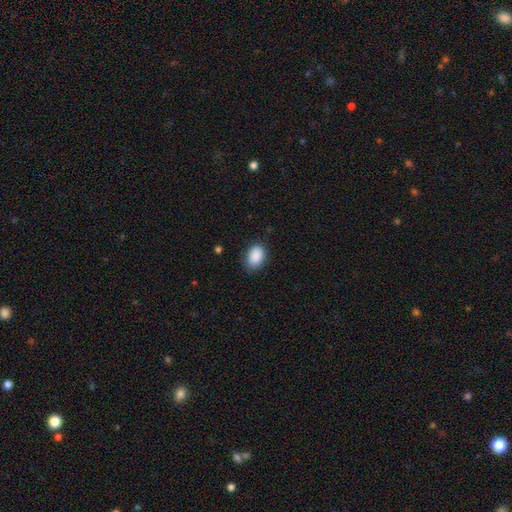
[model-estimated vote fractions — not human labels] Smooth or featured? smooth (89%)
How rounded? in between (86%)
Merging? none (79%)